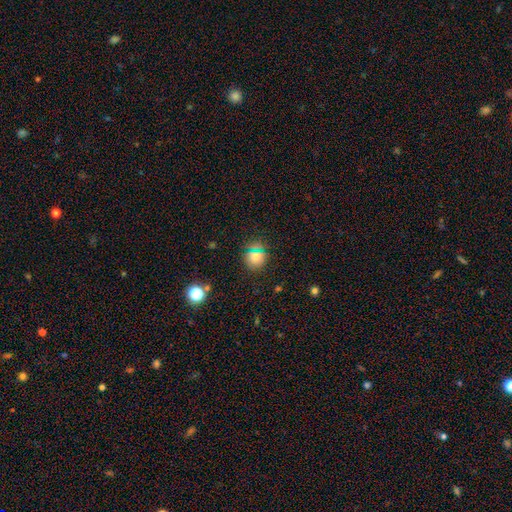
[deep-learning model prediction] smooth 69%, star or artifact 23%, featured or disk 8%. Down the decision tree: how rounded — round (90%); merging — none (84%).